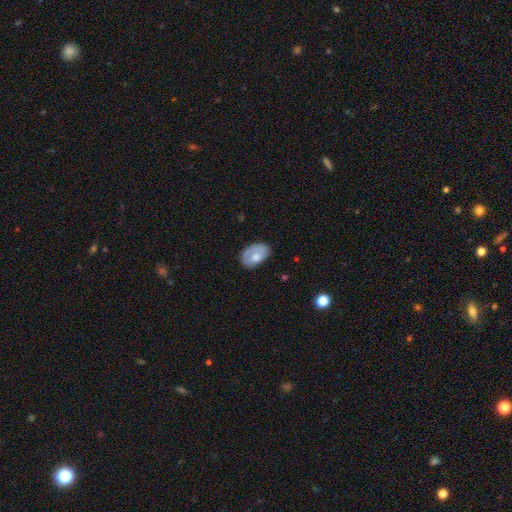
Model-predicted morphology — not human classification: smooth_or_featured: smooth (p=0.64) [alt: featured or disk p=0.29]
how_rounded: in between (p=0.90) [alt: round p=0.09]
merging: none (p=0.58) [alt: minor disturbance p=0.28]